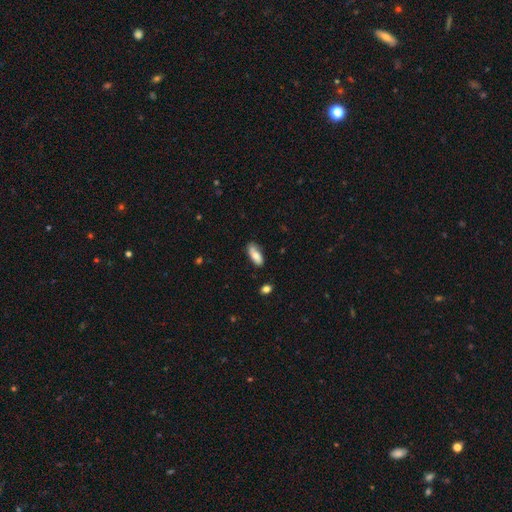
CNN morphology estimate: Smooth or featured? Predicted: smooth (p=0.75). How rounded? Predicted: in between (p=0.80). Merging? Predicted: none (p=0.68).